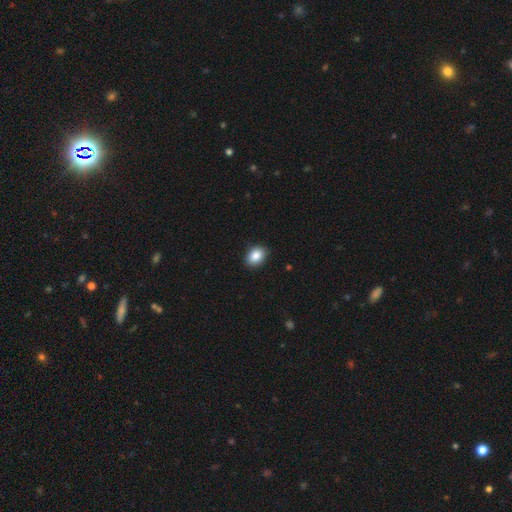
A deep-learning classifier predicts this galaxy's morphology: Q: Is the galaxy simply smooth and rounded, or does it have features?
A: smooth — 87%.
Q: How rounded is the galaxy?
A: in between — 74%.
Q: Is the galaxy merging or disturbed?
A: none — 89%.